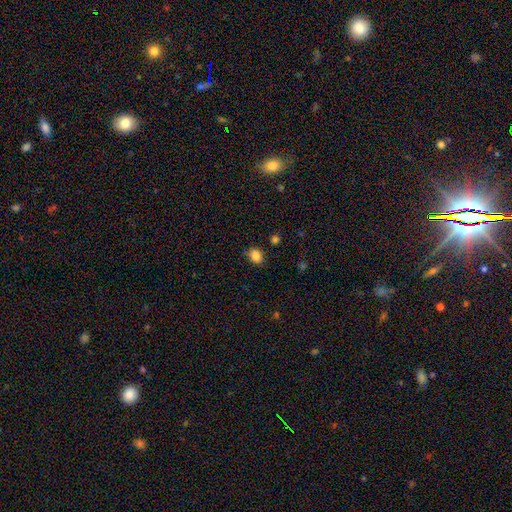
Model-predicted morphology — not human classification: Overall: smooth (85%). How rounded: in between (61%; round 38%). Merging: none (81%).